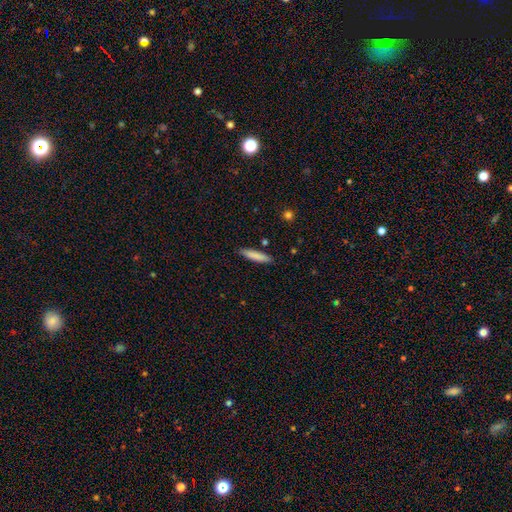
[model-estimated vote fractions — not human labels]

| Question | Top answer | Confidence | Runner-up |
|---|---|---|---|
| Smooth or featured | smooth | 84% | featured or disk (10%) |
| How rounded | cigar-shaped | 84% | in between (15%) |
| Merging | none | 88% | minor disturbance (9%) |